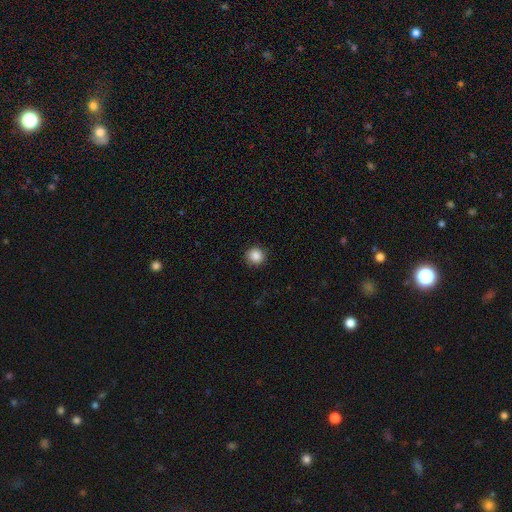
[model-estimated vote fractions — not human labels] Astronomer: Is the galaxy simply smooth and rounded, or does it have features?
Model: smooth — 87%.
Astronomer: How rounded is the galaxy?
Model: round — 91%.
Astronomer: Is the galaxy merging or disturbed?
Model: none — 89%.